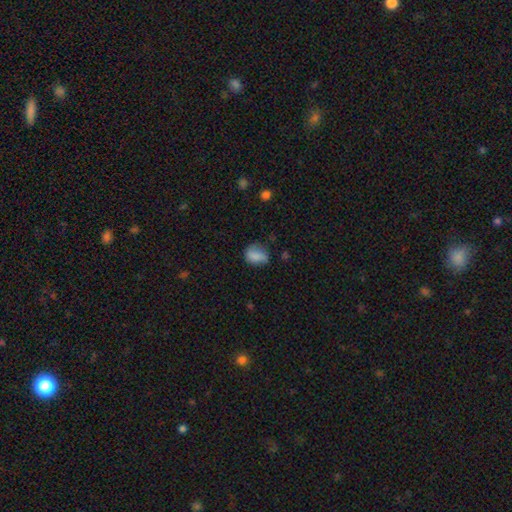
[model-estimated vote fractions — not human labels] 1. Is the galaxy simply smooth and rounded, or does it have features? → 80% smooth, 10% featured or disk, 10% star or artifact.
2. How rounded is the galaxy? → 60% in between, 38% round, 2% cigar-shaped.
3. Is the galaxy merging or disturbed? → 55% none, 32% minor disturbance, 11% major disturbance, 2% merger.